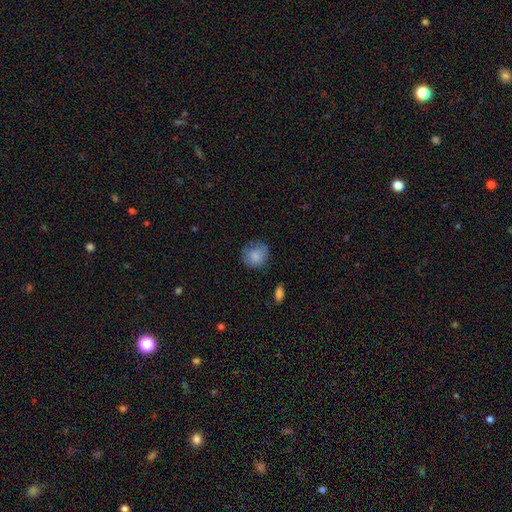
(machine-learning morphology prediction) Overall: smooth (83%). How rounded: round (82%). Merging: none (70%).